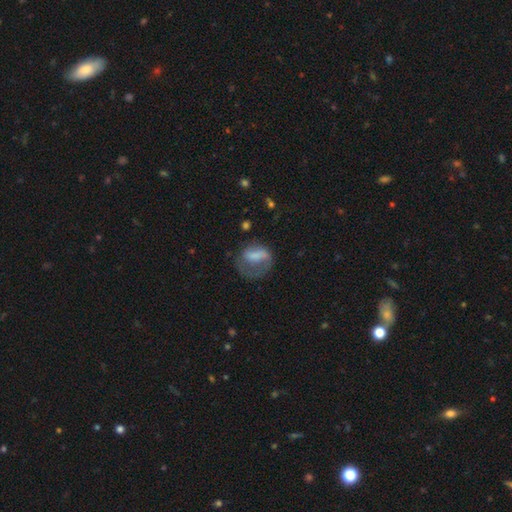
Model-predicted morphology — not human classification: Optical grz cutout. It shows a smooth galaxy with no disk features (53%) that is in between round and cigar-shaped (49%, tied with round). Merging: major disturbance (45%).